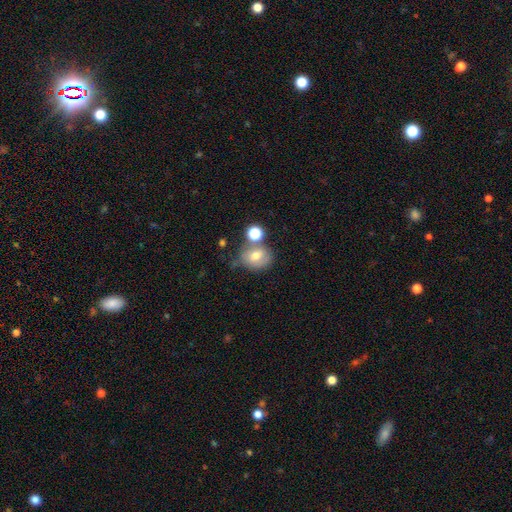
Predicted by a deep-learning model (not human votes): A smooth galaxy with no disk features (63%) that is round (57%).

Vote fractions:
- Smooth or featured? smooth: 63% / featured or disk: 24% / star or artifact: 12%
- How rounded? round: 57% / in between: 42% / cigar-shaped: 1%
- Merging? none: 46% / merger: 24% / minor disturbance: 21% / major disturbance: 10%